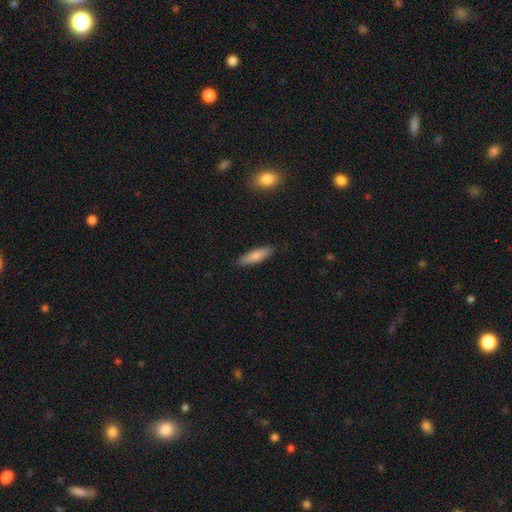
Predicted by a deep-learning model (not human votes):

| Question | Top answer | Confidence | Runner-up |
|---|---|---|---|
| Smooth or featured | smooth | 79% | featured or disk (14%) |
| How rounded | cigar-shaped | 60% | in between (38%) |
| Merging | none | 88% | minor disturbance (9%) |